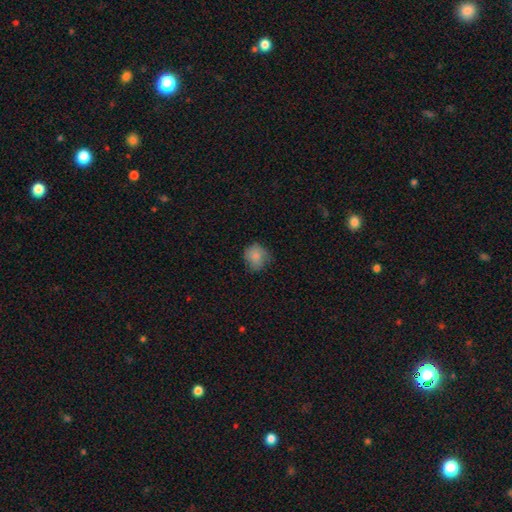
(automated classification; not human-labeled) smooth-or-featured: smooth: 83% | star or artifact: 9% | featured or disk: 8%
  how-rounded: round: 81% | in between: 18% | cigar-shaped: 1%
  merging: none: 71% | minor disturbance: 23% | major disturbance: 5% | merger: 1%